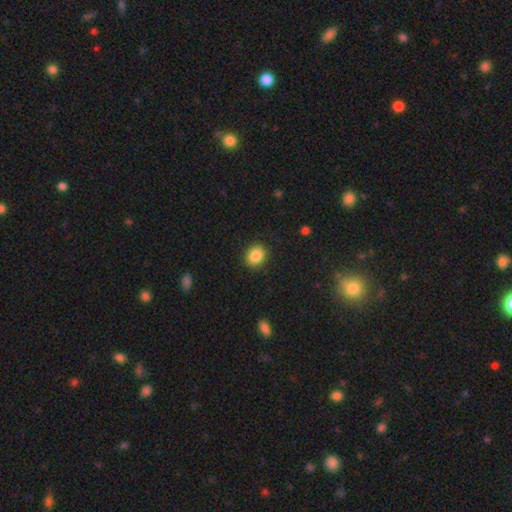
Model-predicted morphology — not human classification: This appears to be a smooth galaxy with no disk features (87%) that is round (65%). Merging: none (88%).